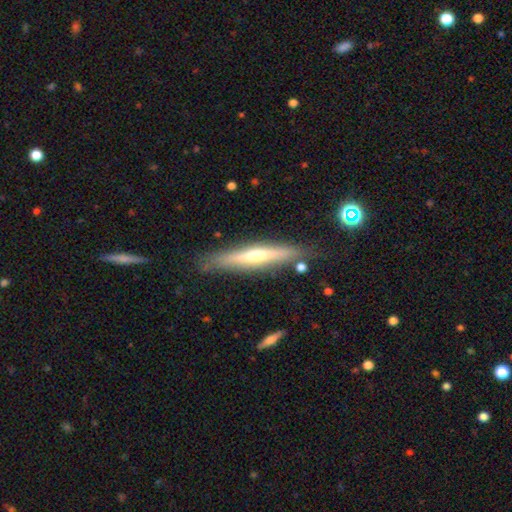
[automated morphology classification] Smooth or featured? featured or disk (61%)
Edge-on disk? yes (93%)
Edge-on bulge? rounded (66%)
Merging? none (84%)